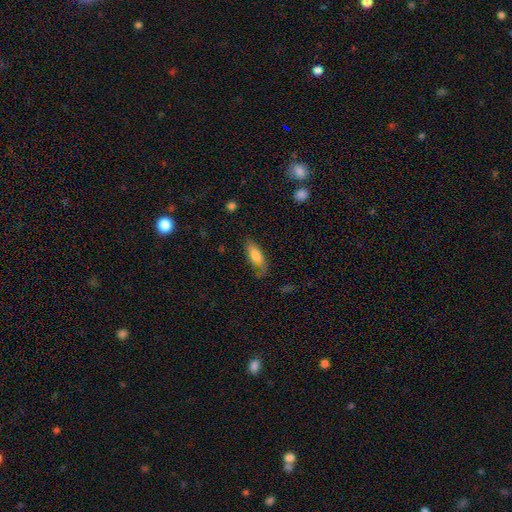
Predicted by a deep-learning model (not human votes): Smooth or featured? smooth (74%)
How rounded? in between (72%)
Merging? none (57%)